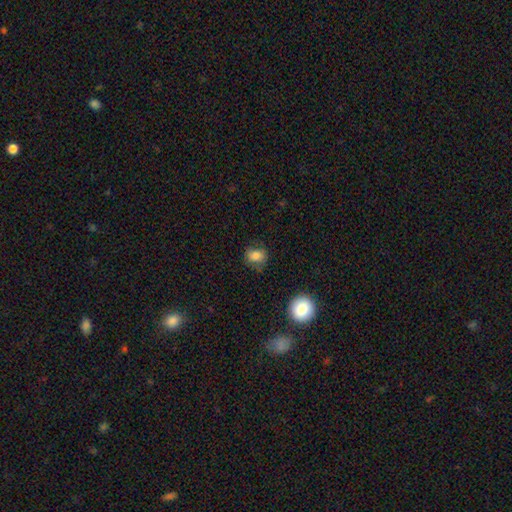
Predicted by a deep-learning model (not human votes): Q: Smooth or featured?
A: smooth (81%); runner-up: star or artifact (11%)
Q: How rounded?
A: round (54%); runner-up: in between (45%)
Q: Merging?
A: none (72%); runner-up: minor disturbance (20%)